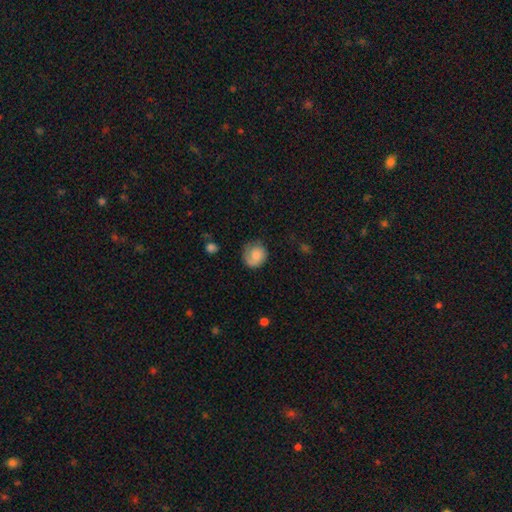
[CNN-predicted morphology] type=smooth (74%); roundness=round (80%); merging=none (64%).